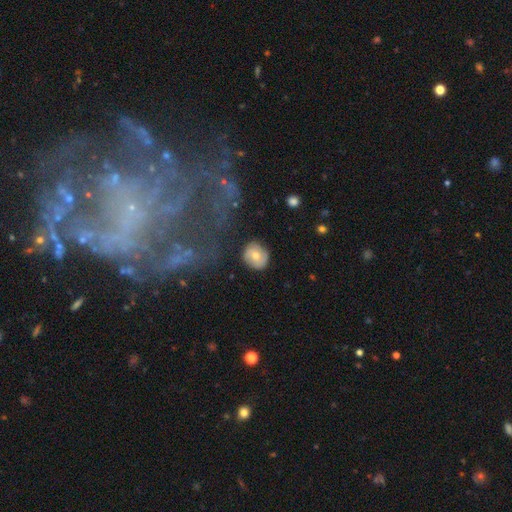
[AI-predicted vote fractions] smooth-or-featured: smooth: 52% | featured or disk: 40% | star or artifact: 8%
  how-rounded: round: 79% | in between: 20% | cigar-shaped: 1%
  merging: none: 80% | minor disturbance: 15% | major disturbance: 4% | merger: 2%